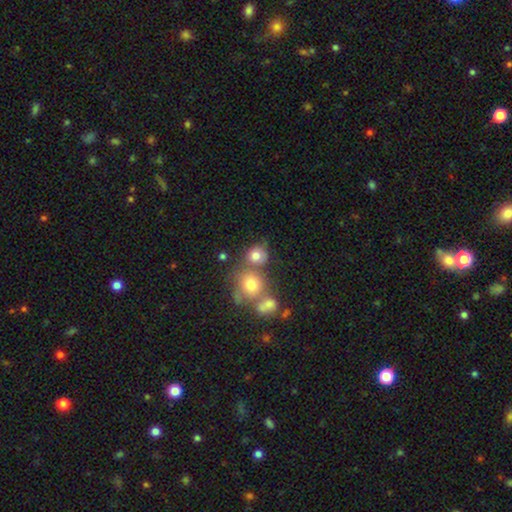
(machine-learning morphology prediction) Smooth or featured: smooth — 76% (star or artifact — 12%)
How rounded: round — 81% (in between — 17%)
Merging: none — 52% (merger — 32%)